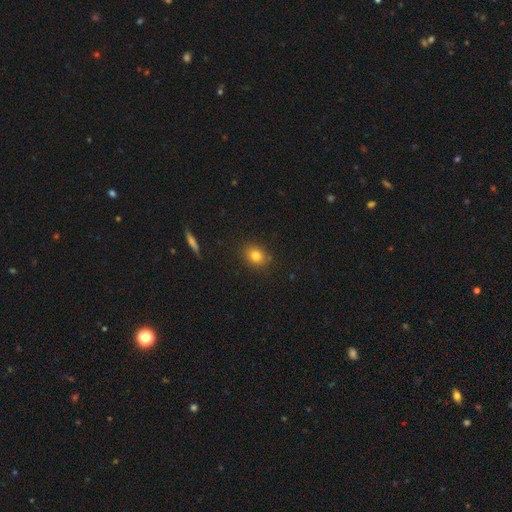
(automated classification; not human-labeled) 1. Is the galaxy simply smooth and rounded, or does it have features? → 81% smooth, 11% star or artifact, 7% featured or disk.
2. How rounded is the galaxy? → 61% round, 37% in between, 1% cigar-shaped.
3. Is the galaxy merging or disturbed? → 87% none, 9% minor disturbance, 2% major disturbance, 1% merger.